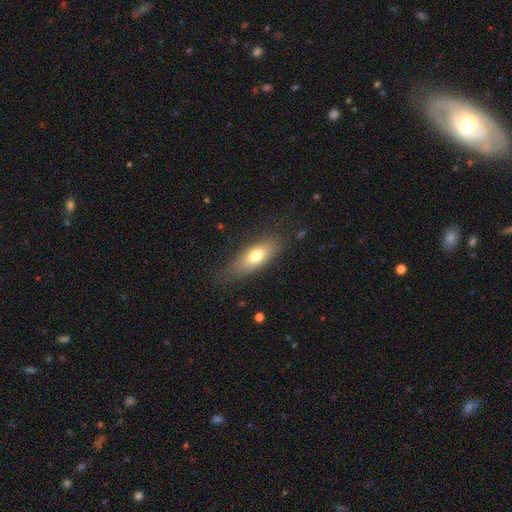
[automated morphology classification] Q: Smooth or featured?
A: smooth (70%); runner-up: featured or disk (23%)
Q: How rounded?
A: in between (70%); runner-up: cigar-shaped (27%)
Q: Merging?
A: none (75%); runner-up: minor disturbance (18%)